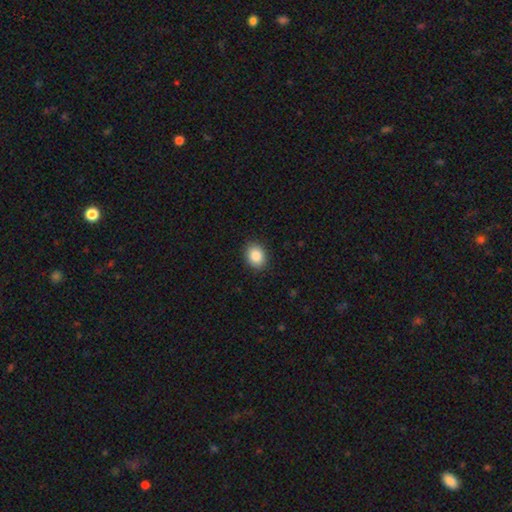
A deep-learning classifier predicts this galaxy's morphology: This is clearly a smooth galaxy (88%). How rounded: possibly in between (56%). Merging: clearly none (89%).